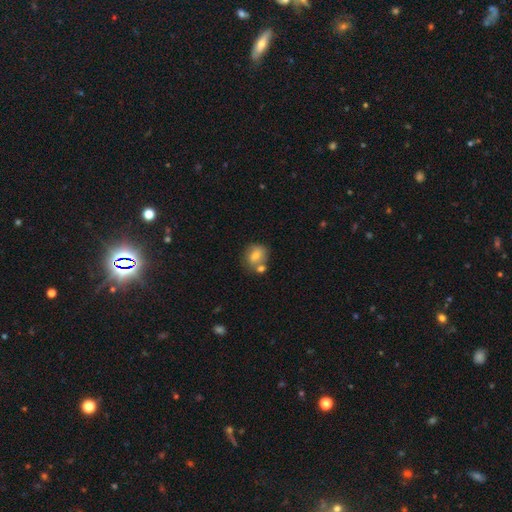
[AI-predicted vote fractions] A smooth galaxy with no disk features (71%) that is round (58%). Merging: none (54%).